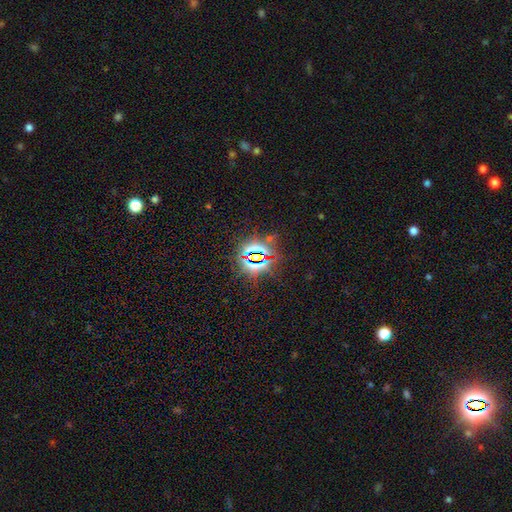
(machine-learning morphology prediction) Overall: star or artifact (78%).